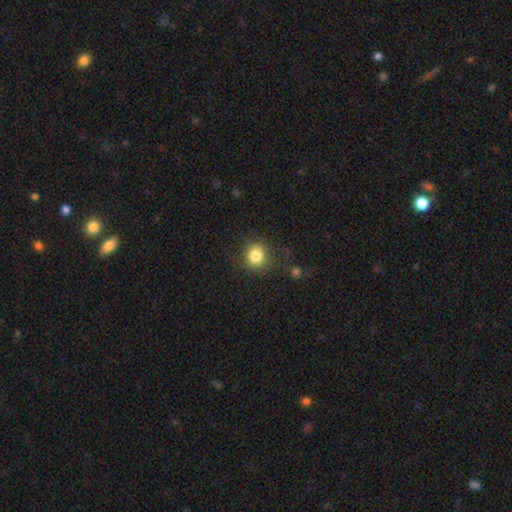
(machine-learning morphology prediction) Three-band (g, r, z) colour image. It shows a smooth galaxy with no disk features (84%) that is round (83%). Merging: none (78%).